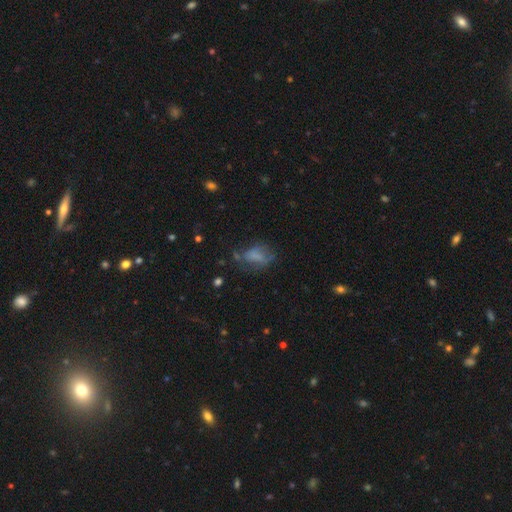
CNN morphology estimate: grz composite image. It shows a smooth galaxy with no disk features (58%) that is in between round and cigar-shaped (81%). Merging: none (39%).